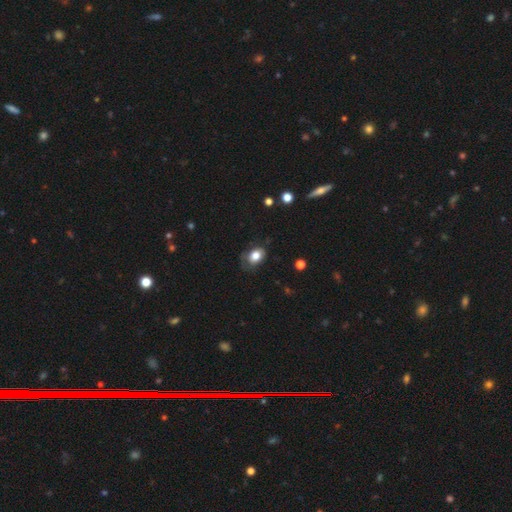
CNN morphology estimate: A smooth galaxy with no disk features (78%) that is in between round and cigar-shaped (78%).

Vote fractions:
- Smooth or featured? smooth: 78% / featured or disk: 14% / star or artifact: 8%
- How rounded? in between: 78% / round: 21% / cigar-shaped: 1%
- Merging? none: 62% / minor disturbance: 26% / major disturbance: 10% / merger: 1%